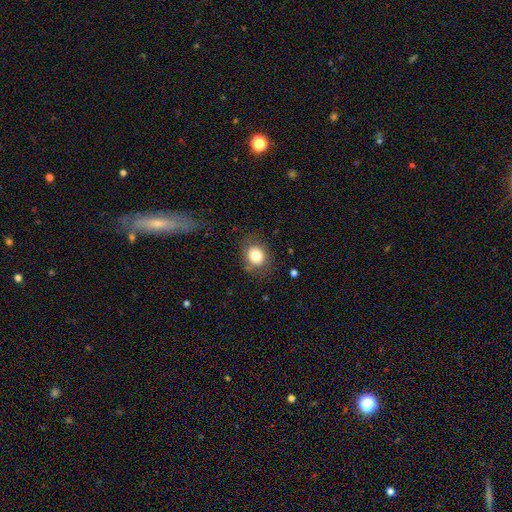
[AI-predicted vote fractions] The model was most divided on "how rounded": round: 69%, in between: 30%, cigar-shaped: 1%. More confident: smooth or featured — smooth (79%); merging — none (78%).